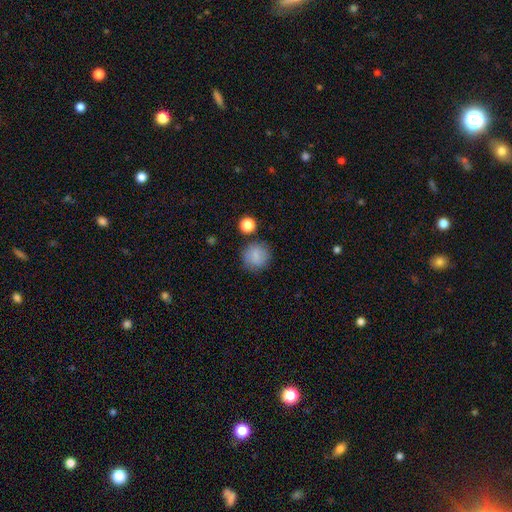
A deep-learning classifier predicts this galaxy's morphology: The model was most divided on "merging": none: 81%, minor disturbance: 11%, merger: 5%, major disturbance: 4%. More confident: how rounded — round (91%); smooth or featured — smooth (84%).